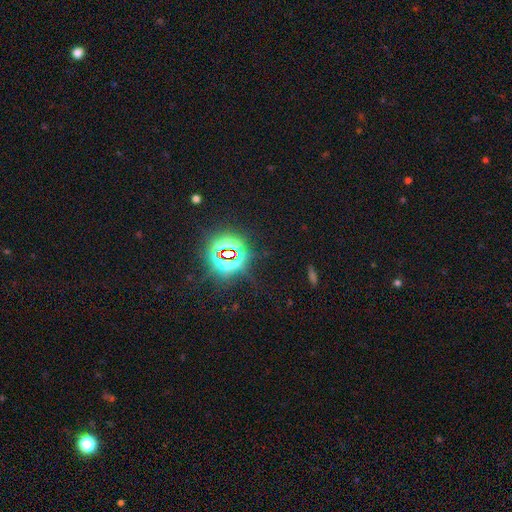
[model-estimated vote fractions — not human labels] Smooth or featured: star or artifact — 81% (smooth — 13%)